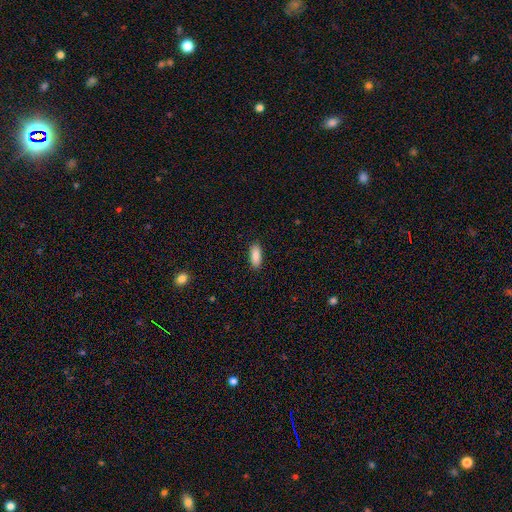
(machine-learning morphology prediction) A smooth galaxy with no disk features (88%) that is in between round and cigar-shaped (81%). Merging: none (88%).